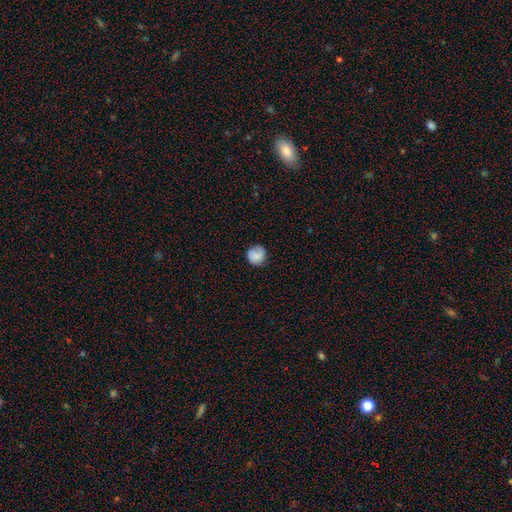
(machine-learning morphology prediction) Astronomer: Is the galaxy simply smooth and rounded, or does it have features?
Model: smooth — 70%.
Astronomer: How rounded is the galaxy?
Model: round — 90%.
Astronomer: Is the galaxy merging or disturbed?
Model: none — 77%.